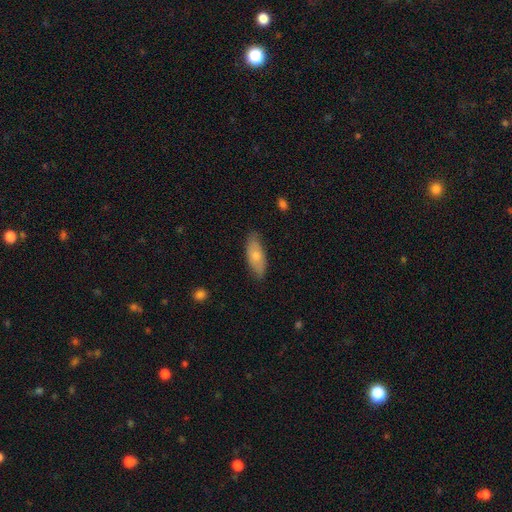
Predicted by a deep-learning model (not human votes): smooth-or-featured: smooth: 67% | featured or disk: 27% | star or artifact: 6%
  how-rounded: in between: 79% | cigar-shaped: 19% | round: 3%
  merging: none: 82% | minor disturbance: 14% | major disturbance: 2% | merger: 1%